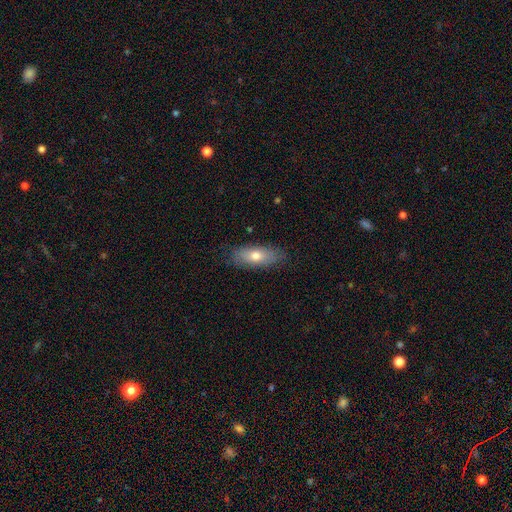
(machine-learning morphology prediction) This appears to be a smooth galaxy with no disk features (70%) that is in between round and cigar-shaped (77%). Merging: none (82%).